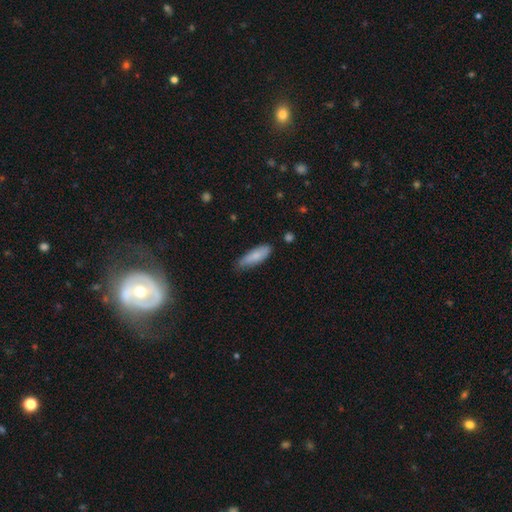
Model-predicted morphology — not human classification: type=smooth (83%); roundness=in between (54%); merging=none (74%).